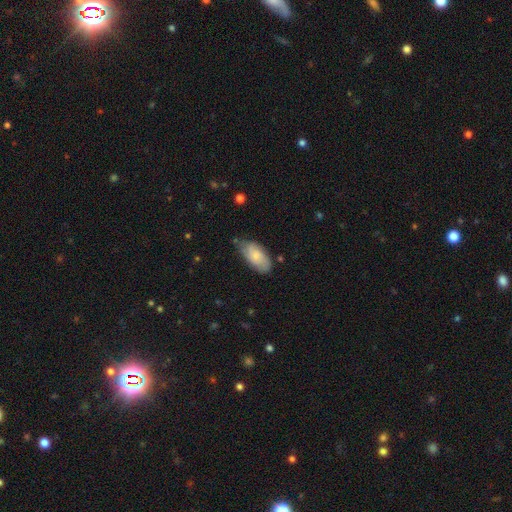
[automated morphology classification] smooth_or_featured: smooth (p=0.65) [alt: featured or disk p=0.29]
how_rounded: in between (p=0.91) [alt: cigar-shaped p=0.06]
merging: none (p=0.67) [alt: minor disturbance p=0.25]